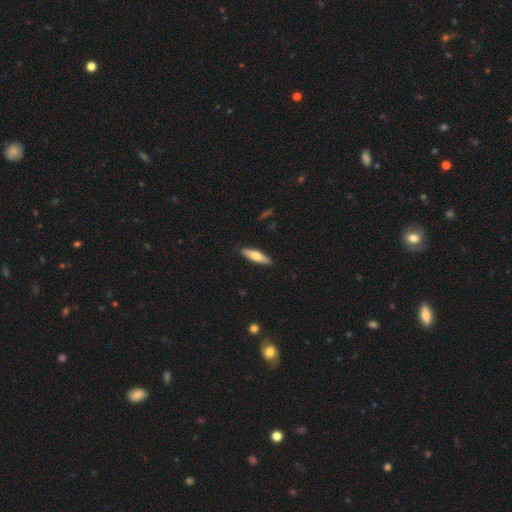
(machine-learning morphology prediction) smooth 64%, featured or disk 30%, star or artifact 5%. Down the decision tree: how rounded — cigar-shaped (63%); merging — none (88%).